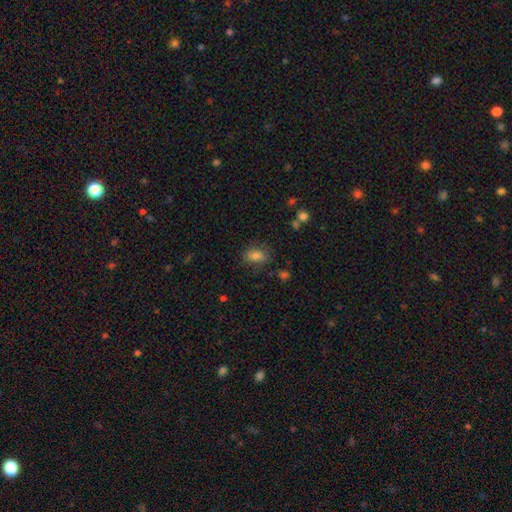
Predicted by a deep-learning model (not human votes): smooth_or_featured: smooth (p=0.79) [alt: star or artifact p=0.11]
how_rounded: in between (p=0.80) [alt: round p=0.18]
merging: none (p=0.76) [alt: minor disturbance p=0.16]